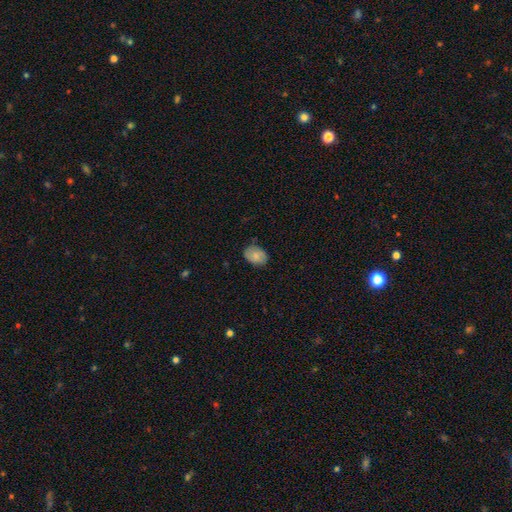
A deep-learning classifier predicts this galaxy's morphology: Smooth or featured? Predicted: smooth (p=0.72). How rounded? Predicted: in between (p=0.75). Merging? Predicted: none (p=0.78).